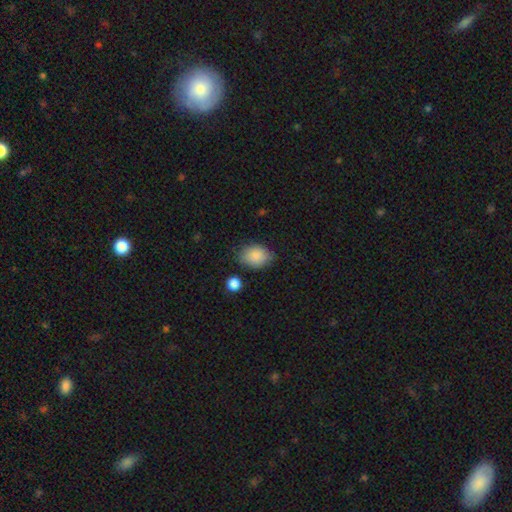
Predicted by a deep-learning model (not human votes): Smooth or featured?
  - smooth: 85% *
  - star or artifact: 8%
  - featured or disk: 7%
How rounded?
  - in between: 72% *
  - round: 27%
  - cigar-shaped: 1%
Merging?
  - none: 73% *
  - minor disturbance: 19%
  - major disturbance: 4%
  - merger: 3%